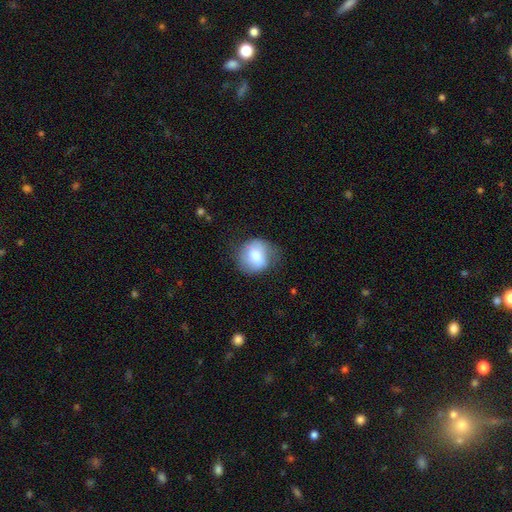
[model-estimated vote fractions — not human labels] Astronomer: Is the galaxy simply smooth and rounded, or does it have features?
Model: smooth — 72%.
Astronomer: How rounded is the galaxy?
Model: round — 77%.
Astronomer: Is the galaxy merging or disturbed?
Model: none — 57%.